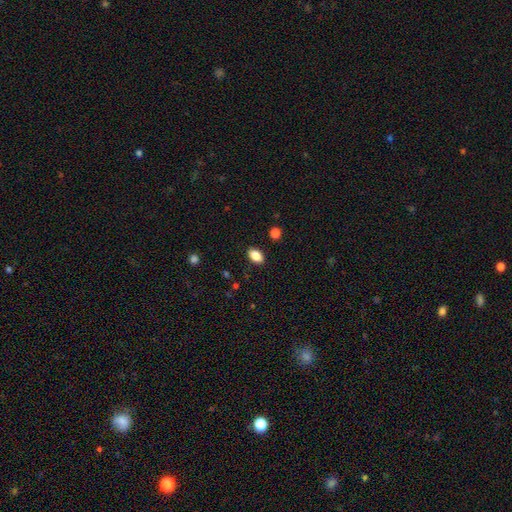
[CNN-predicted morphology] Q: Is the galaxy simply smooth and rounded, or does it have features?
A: smooth — 87%.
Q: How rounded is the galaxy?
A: in between — 90%.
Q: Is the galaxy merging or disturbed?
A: none — 88%.